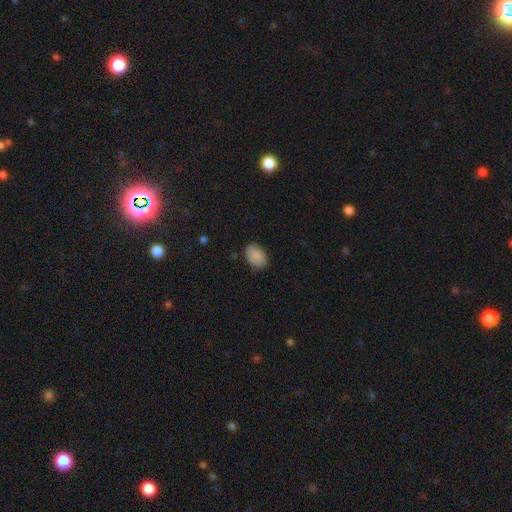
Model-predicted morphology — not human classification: Smooth or featured?
  - smooth: 87% *
  - star or artifact: 7%
  - featured or disk: 6%
How rounded?
  - in between: 84% *
  - round: 15%
  - cigar-shaped: 1%
Merging?
  - none: 81% *
  - minor disturbance: 15%
  - major disturbance: 3%
  - merger: 1%